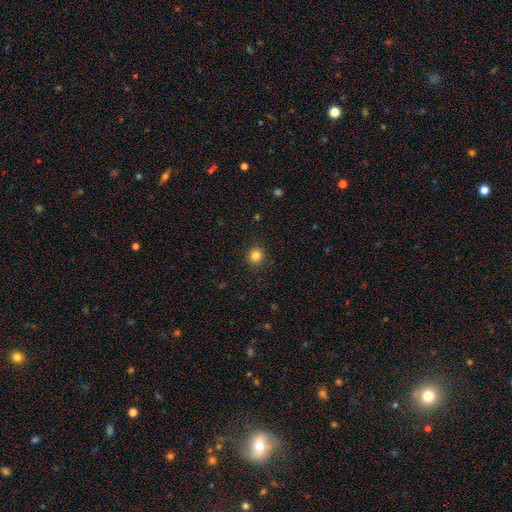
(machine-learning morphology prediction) Smooth or featured: smooth — 83% (star or artifact — 12%)
How rounded: round — 91% (in between — 8%)
Merging: none — 91% (minor disturbance — 6%)